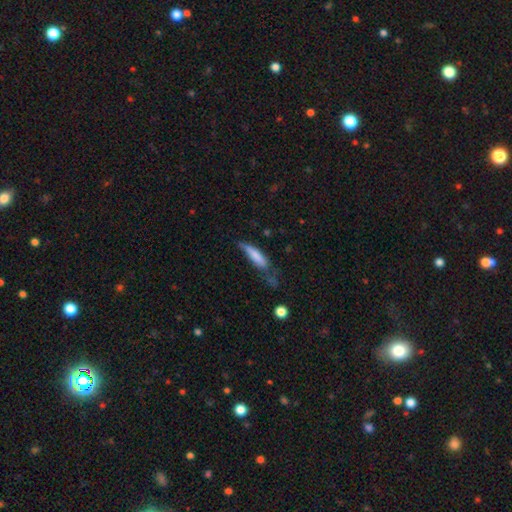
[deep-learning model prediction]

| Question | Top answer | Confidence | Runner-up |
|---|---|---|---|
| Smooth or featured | smooth | 72% | featured or disk (21%) |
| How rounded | cigar-shaped | 71% | in between (27%) |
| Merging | minor disturbance | 35% | none (34%) |